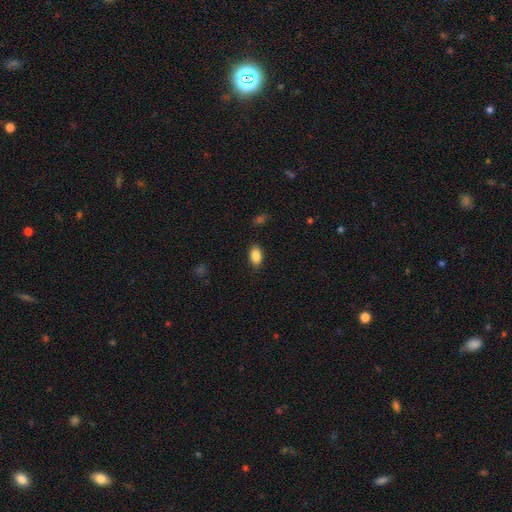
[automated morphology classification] A smooth galaxy with no disk features (88%) that is in between round and cigar-shaped (91%). Merging: none (87%).